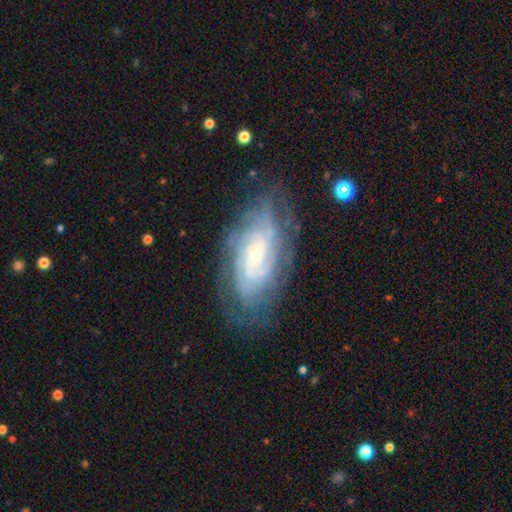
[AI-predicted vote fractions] Smooth or featured?
  - featured or disk: 82% *
  - smooth: 11%
  - star or artifact: 7%
Edge-on disk?
  - no: 94% *
  - yes: 6%
Bar?
  - no: 61% *
  - weak: 31%
  - strong: 8%
Spiral arms?
  - yes: 95% *
  - no: 5%
Spiral winding?
  - tight: 71% *
  - medium: 24%
  - loose: 5%
Spiral arm count?
  - can't tell: 42% *
  - 4: 17%
  - 2: 14%
  - 3: 13%
  - more than 4: 9%
  - 1: 5%
Bulge size?
  - small: 61% *
  - moderate: 26%
  - none: 8%
  - large: 4%
  - dominant: 1%
Merging?
  - none: 74% *
  - minor disturbance: 18%
  - major disturbance: 7%
  - merger: 2%